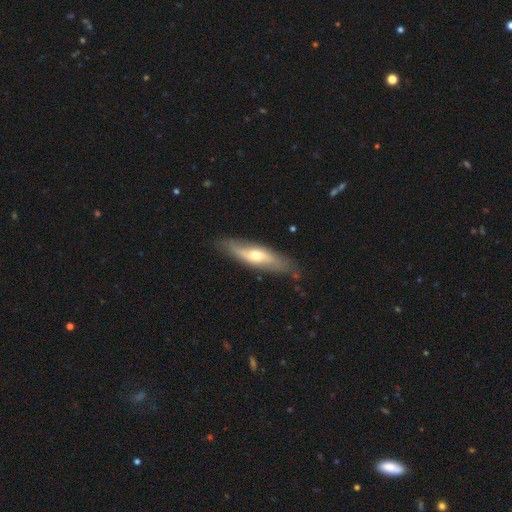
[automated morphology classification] Smooth or featured?
  - featured or disk: 55% *
  - smooth: 40%
  - star or artifact: 6%
Edge-on disk?
  - no: 56% *
  - yes: 44%
Merging?
  - none: 80% *
  - minor disturbance: 15%
  - major disturbance: 4%
  - merger: 2%